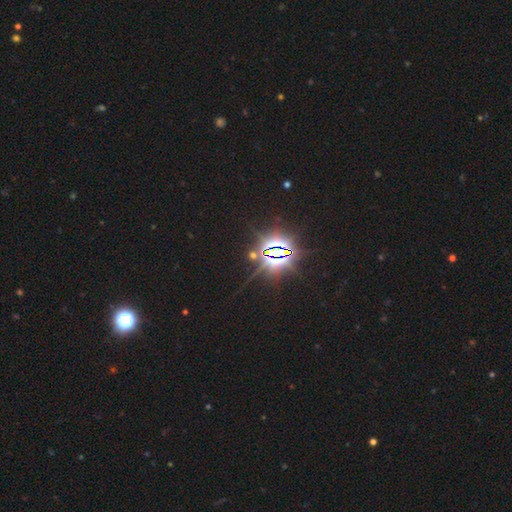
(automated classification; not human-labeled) Smooth or featured? star or artifact (86%)